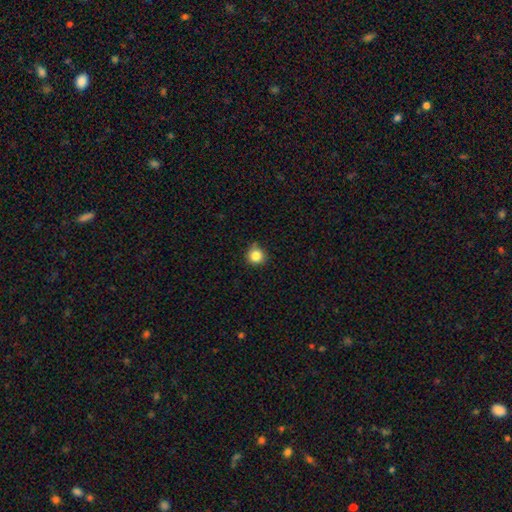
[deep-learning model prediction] This is clearly a smooth galaxy (84%). How rounded: clearly round (93%). Merging: likely none (78%).